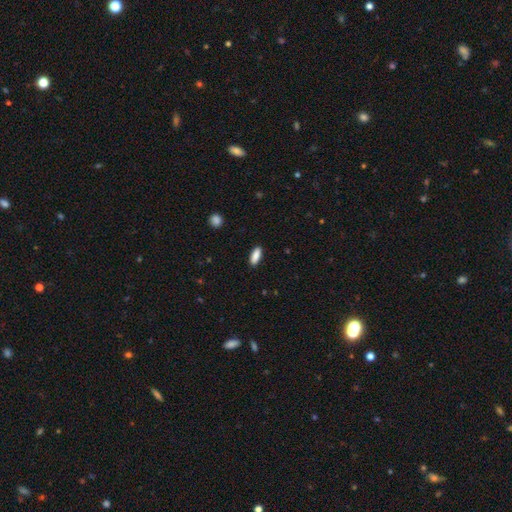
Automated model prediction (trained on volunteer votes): Morphology: type=smooth (88%); roundness=in between (68%); merging=none (89%).